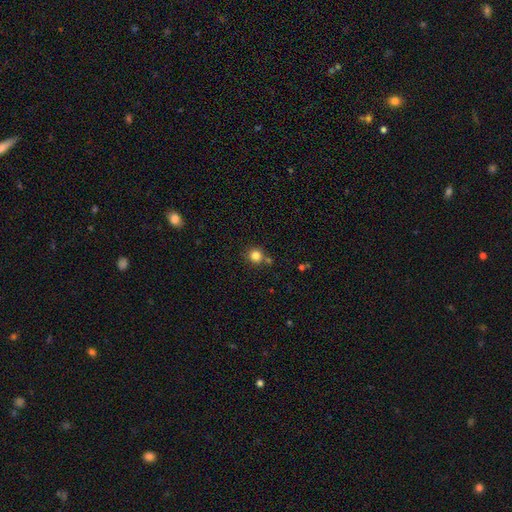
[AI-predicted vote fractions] Overall: smooth (82%). How rounded: round (92%). Merging: none (75%).